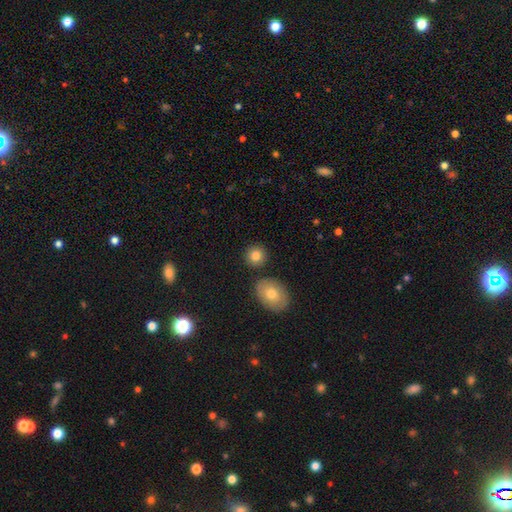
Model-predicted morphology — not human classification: Q: Smooth or featured?
A: smooth (82%); runner-up: featured or disk (9%)
Q: How rounded?
A: round (84%); runner-up: in between (15%)
Q: Merging?
A: none (83%); runner-up: minor disturbance (8%)